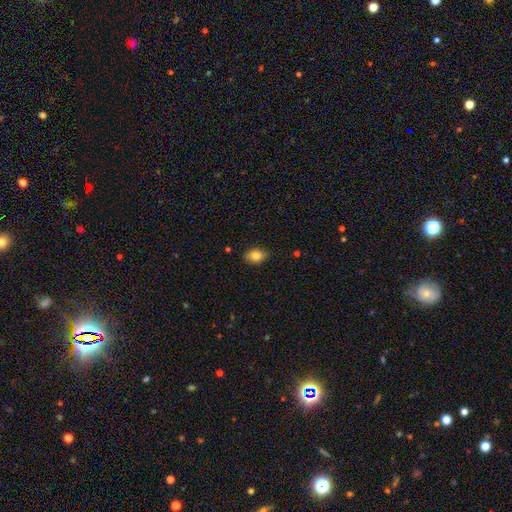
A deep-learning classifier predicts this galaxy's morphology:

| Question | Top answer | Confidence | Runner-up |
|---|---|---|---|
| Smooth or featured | smooth | 81% | featured or disk (10%) |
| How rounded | in between | 74% | round (24%) |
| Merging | none | 81% | minor disturbance (16%) |